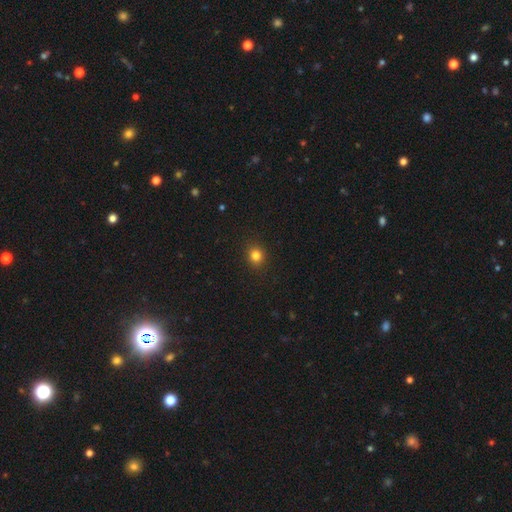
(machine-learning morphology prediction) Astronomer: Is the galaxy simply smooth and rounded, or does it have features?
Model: smooth — 82%.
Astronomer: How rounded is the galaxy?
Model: round — 80%.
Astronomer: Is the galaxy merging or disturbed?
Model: none — 91%.